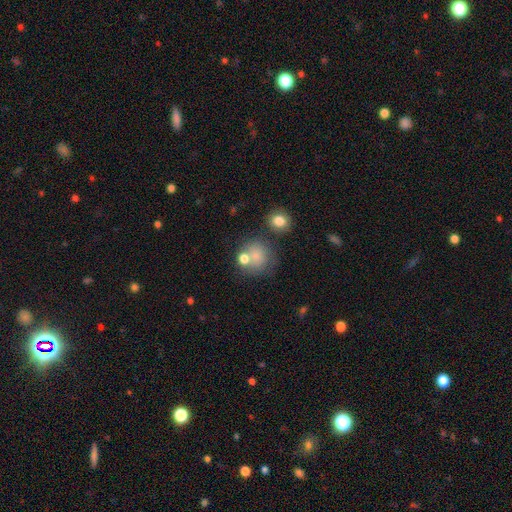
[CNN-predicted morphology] This is likely a smooth galaxy (75%). How rounded: clearly round (84%). Merging: possibly none (55%).